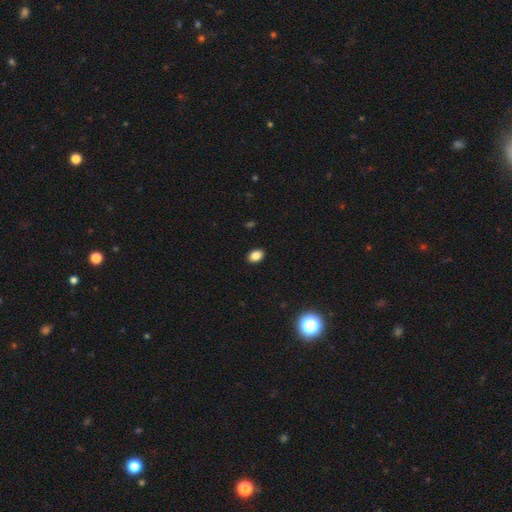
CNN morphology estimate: smooth_or_featured: smooth (p=0.87) [alt: star or artifact p=0.10]
how_rounded: in between (p=0.80) [alt: round p=0.19]
merging: none (p=0.90) [alt: minor disturbance p=0.07]